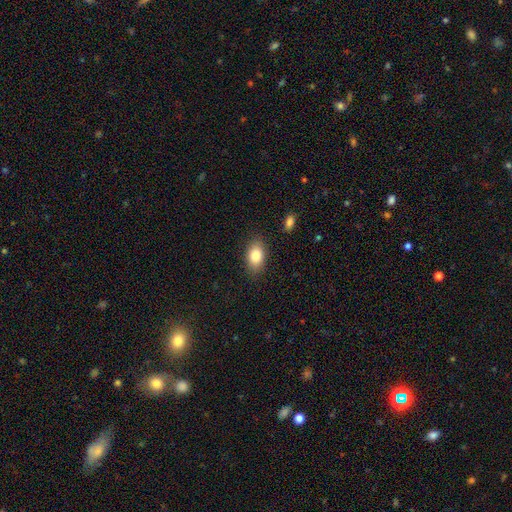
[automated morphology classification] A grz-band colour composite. It shows a smooth galaxy with no disk features (83%) that is in between round and cigar-shaped (89%). Merging: none (86%).